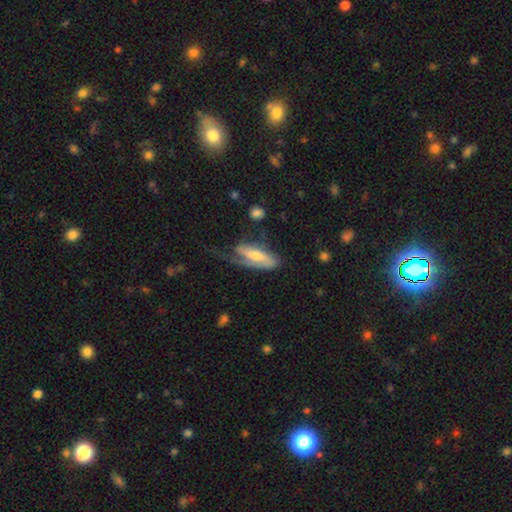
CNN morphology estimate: Q: Smooth or featured?
A: featured or disk (61%); runner-up: smooth (34%)
Q: Edge-on disk?
A: no (84%); runner-up: yes (16%)
Q: Bar?
A: no (40%); runner-up: weak (34%)
Q: Spiral arms?
A: yes (83%); runner-up: no (17%)
Q: Bulge size?
A: moderate (52%); runner-up: small (34%)
Q: Merging?
A: none (38%); runner-up: major disturbance (32%)